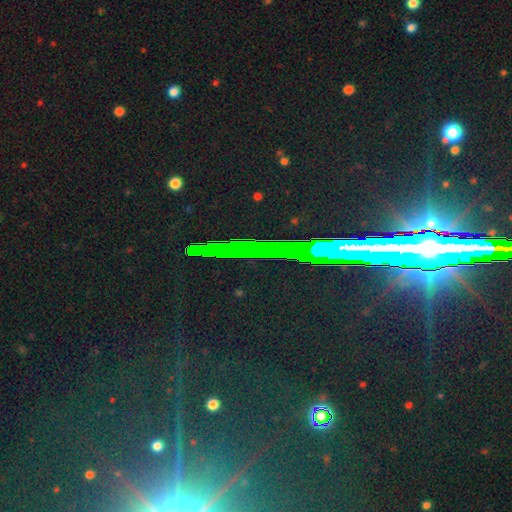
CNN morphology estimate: Q: Smooth or featured?
A: star or artifact (82%); runner-up: featured or disk (10%)